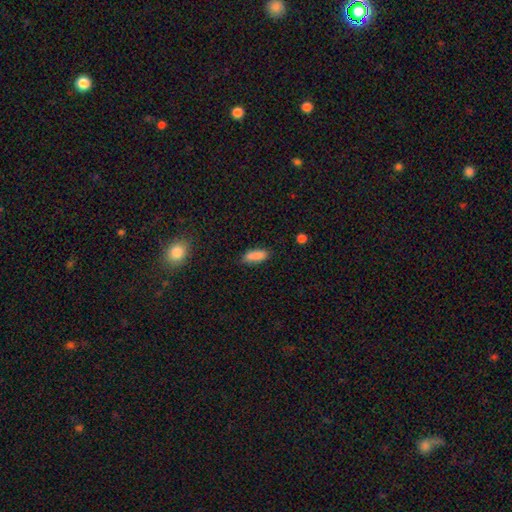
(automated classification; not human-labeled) Morphology: type=smooth (87%); roundness=in between (71%); merging=none (77%).